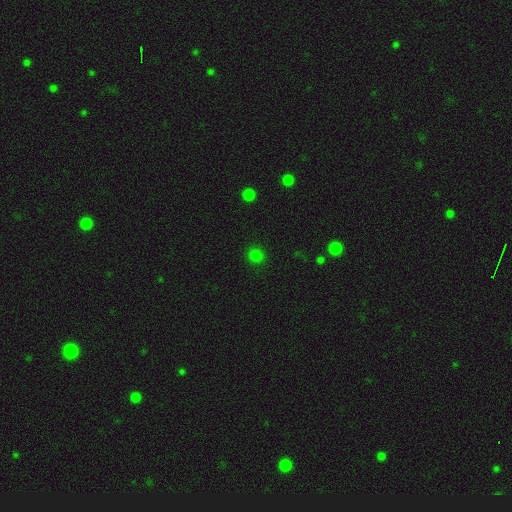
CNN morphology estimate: A smooth galaxy with no disk features (78%) that is round (91%).

Vote fractions:
- Smooth or featured? smooth: 78% / star or artifact: 18% / featured or disk: 4%
- How rounded? round: 91% / in between: 8% / cigar-shaped: 1%
- Merging? none: 90% / minor disturbance: 6% / major disturbance: 2% / merger: 1%